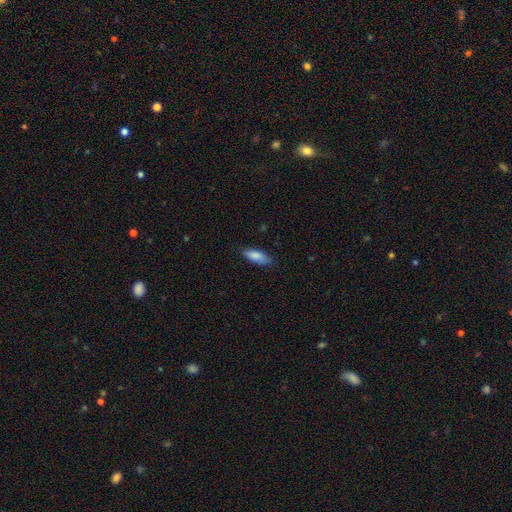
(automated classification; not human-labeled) Q: Smooth or featured?
A: smooth (84%); runner-up: featured or disk (10%)
Q: How rounded?
A: in between (65%); runner-up: cigar-shaped (34%)
Q: Merging?
A: none (81%); runner-up: minor disturbance (15%)